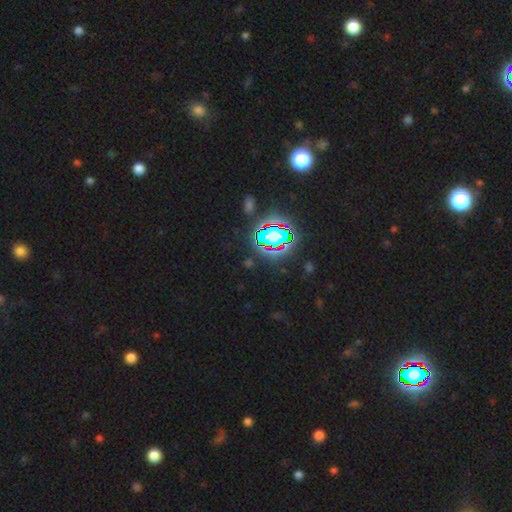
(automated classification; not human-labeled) A star or artifact, not a galaxy (80%).